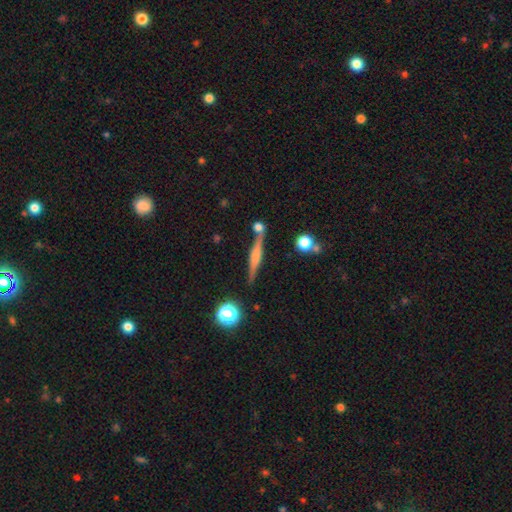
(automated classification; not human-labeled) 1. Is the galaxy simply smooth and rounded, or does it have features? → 67% featured or disk, 25% smooth, 8% star or artifact.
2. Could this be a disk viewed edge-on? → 97% yes, 3% no.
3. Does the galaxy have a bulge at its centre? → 58% rounded, 28% boxy, 13% none.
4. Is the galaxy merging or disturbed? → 78% none, 10% minor disturbance, 9% merger, 3% major disturbance.